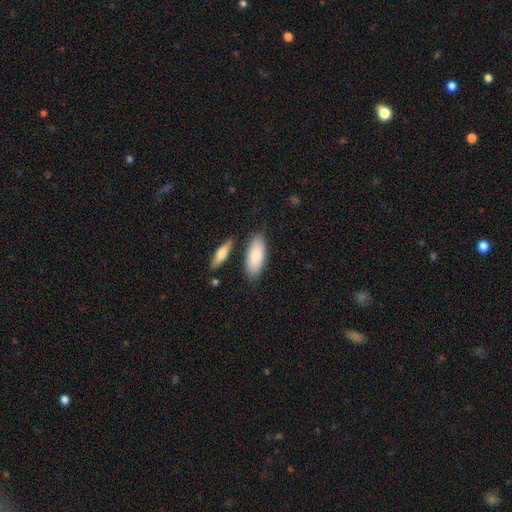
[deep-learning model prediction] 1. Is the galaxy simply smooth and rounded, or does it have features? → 82% smooth, 13% featured or disk, 6% star or artifact.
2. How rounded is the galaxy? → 83% in between, 15% cigar-shaped, 2% round.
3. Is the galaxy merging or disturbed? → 75% none, 13% minor disturbance, 8% merger, 3% major disturbance.